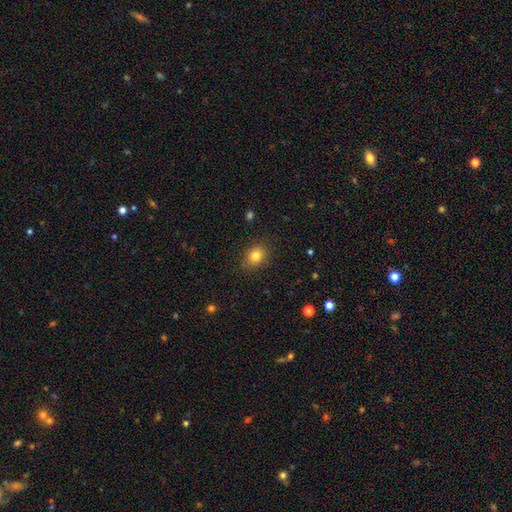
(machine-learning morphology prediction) Smooth or featured: smooth — 81% (star or artifact — 11%)
How rounded: round — 52% (in between — 47%)
Merging: none — 84% (minor disturbance — 12%)